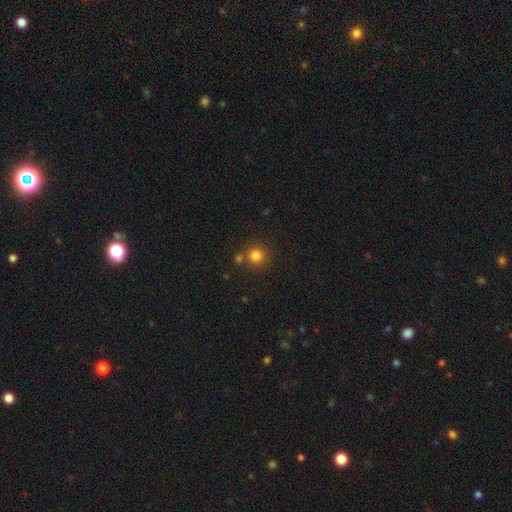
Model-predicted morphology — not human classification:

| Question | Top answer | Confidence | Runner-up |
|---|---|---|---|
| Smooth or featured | smooth | 81% | star or artifact (13%) |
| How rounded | round | 92% | in between (7%) |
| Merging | none | 73% | merger (15%) |